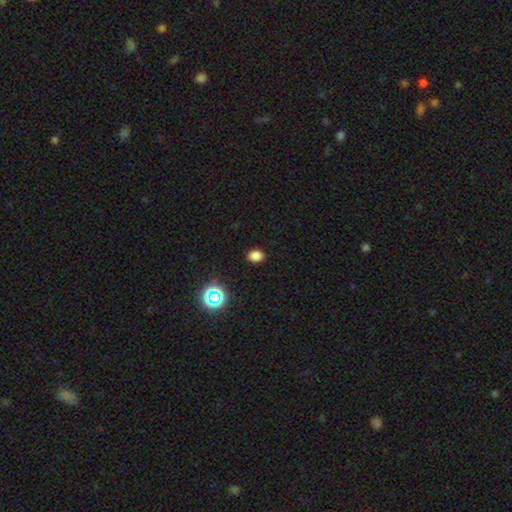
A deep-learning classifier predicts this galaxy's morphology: smooth 80%, star or artifact 16%, featured or disk 4%. Down the decision tree: how rounded — in between (59%); merging — none (89%).